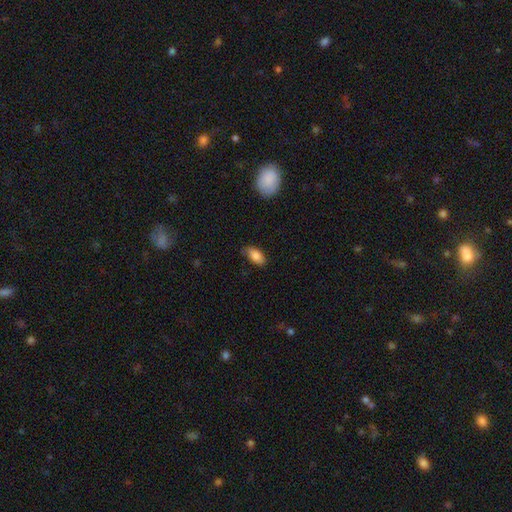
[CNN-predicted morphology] The model was most divided on "merging": none: 78%, minor disturbance: 18%, major disturbance: 3%, merger: 1%. More confident: how rounded — in between (90%); smooth or featured — smooth (86%).